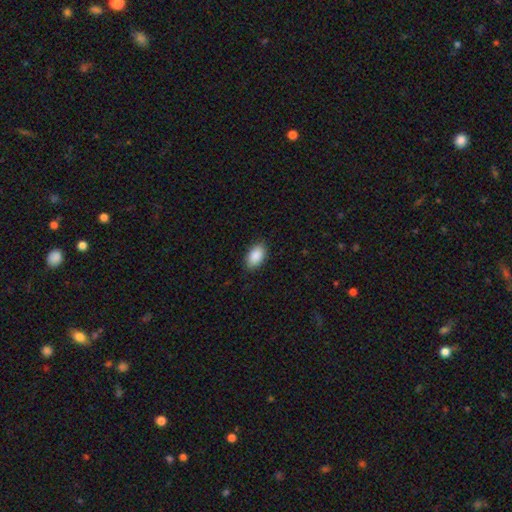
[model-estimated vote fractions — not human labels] Morphology: type=smooth (89%); roundness=in between (93%); merging=none (87%).